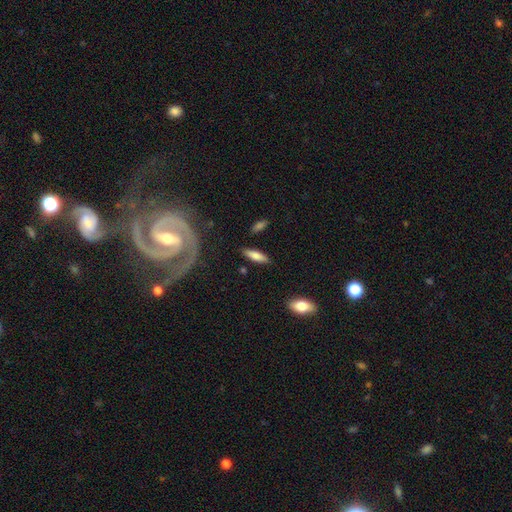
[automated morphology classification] A smooth galaxy with no disk features (70%) that is cigar-shaped (54%).

Vote fractions:
- Smooth or featured? smooth: 70% / featured or disk: 23% / star or artifact: 7%
- How rounded? cigar-shaped: 54% / in between: 44% / round: 2%
- Merging? none: 83% / minor disturbance: 11% / major disturbance: 3% / merger: 3%